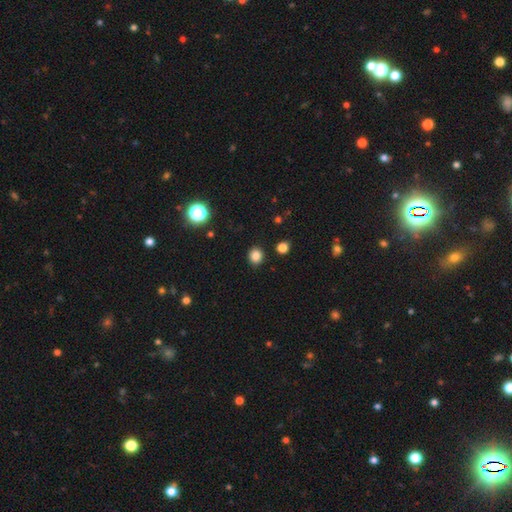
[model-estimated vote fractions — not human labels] Morphology: type=smooth (84%); roundness=round (76%); merging=none (89%).